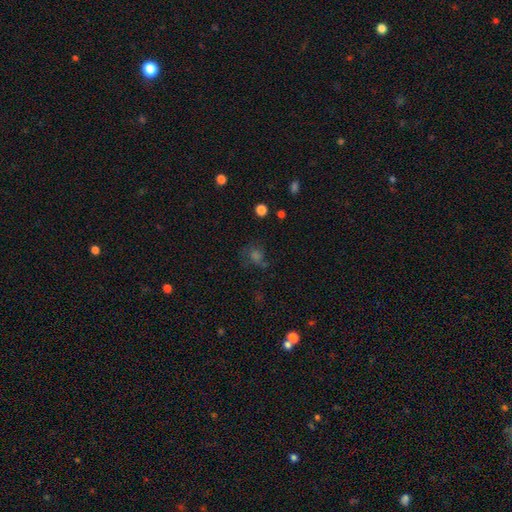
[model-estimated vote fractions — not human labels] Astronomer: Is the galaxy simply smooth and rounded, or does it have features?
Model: smooth — 39% (runner-up: star or artifact, 36%).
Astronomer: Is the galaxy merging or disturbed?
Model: none — 58%.